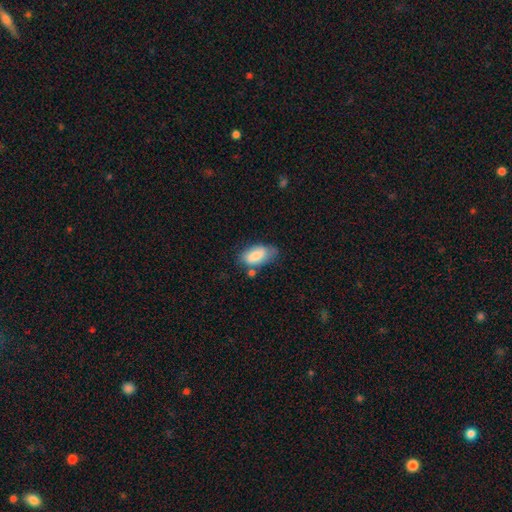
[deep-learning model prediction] A smooth galaxy with no disk features (75%) that is in between round and cigar-shaped (92%). Merging: none (49%).